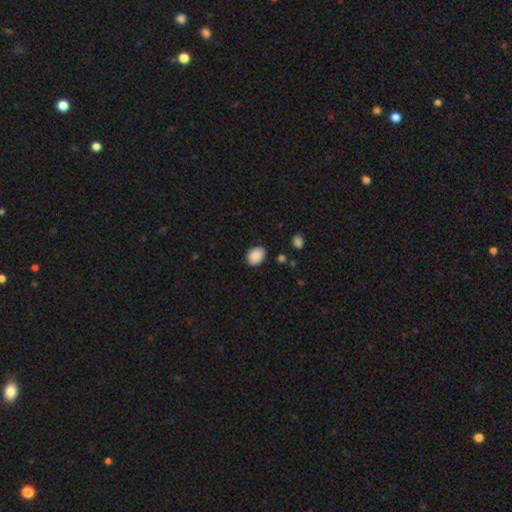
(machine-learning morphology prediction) smooth 89%, star or artifact 8%, featured or disk 3%. Down the decision tree: how rounded — in between (68%); merging — none (83%).